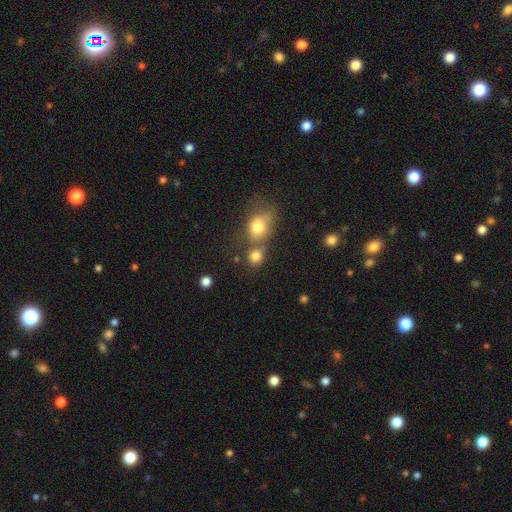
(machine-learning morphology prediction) The model was most divided on "merging": none: 49%, merger: 35%, minor disturbance: 10%, major disturbance: 6%. More confident: smooth or featured — smooth (80%); how rounded — round (76%).